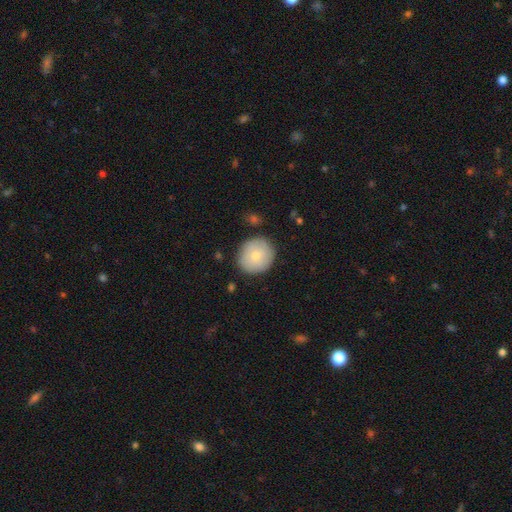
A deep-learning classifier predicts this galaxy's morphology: Smooth or featured: smooth — 75% (featured or disk — 18%)
How rounded: round — 86% (in between — 13%)
Merging: none — 83% (minor disturbance — 12%)